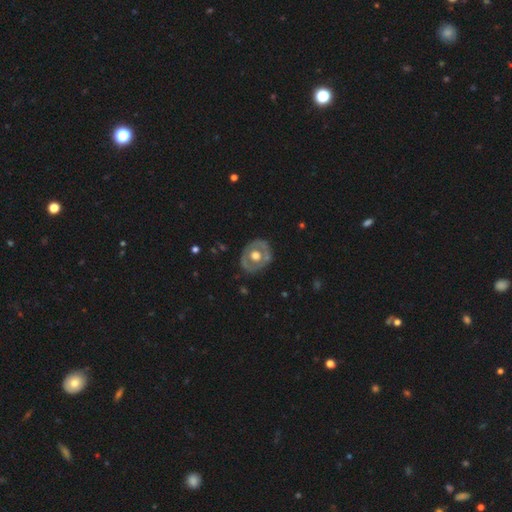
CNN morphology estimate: Overall: featured or disk (56%; smooth 38%). Edge-on disk: no (94%). Bar: no (90%). Spiral arms: no (89%). Bulge size: moderate (56%; large 38%). Merging: none (79%).